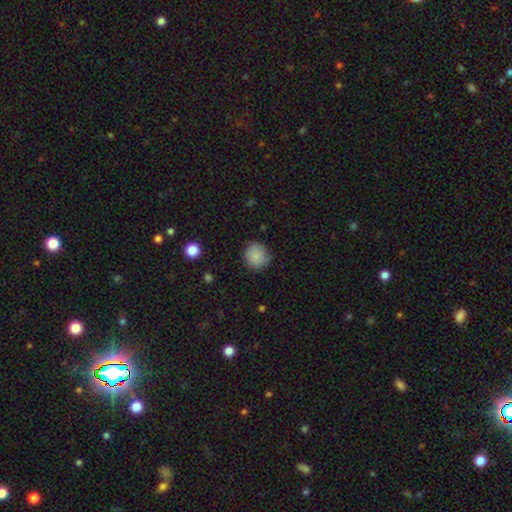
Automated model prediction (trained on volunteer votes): Morphology: type=smooth (86%); roundness=round (89%); merging=none (81%).